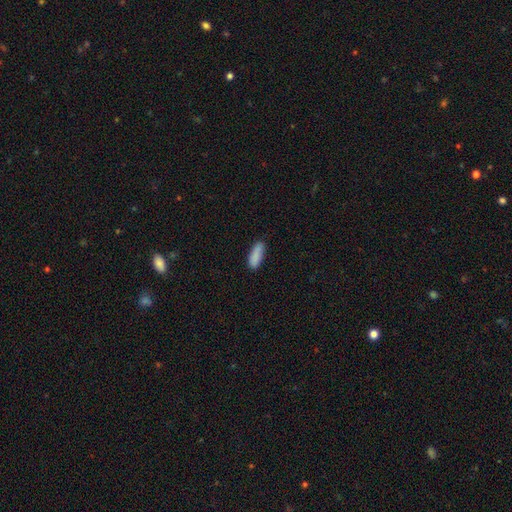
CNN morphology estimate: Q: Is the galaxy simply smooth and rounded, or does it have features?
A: smooth — 89%.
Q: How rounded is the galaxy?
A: in between — 68%.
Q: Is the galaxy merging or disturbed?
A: none — 82%.